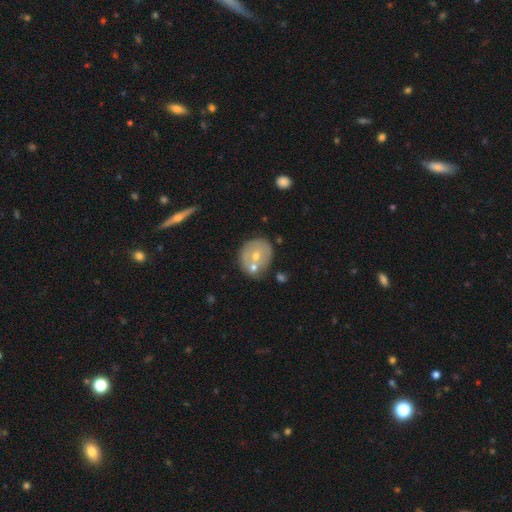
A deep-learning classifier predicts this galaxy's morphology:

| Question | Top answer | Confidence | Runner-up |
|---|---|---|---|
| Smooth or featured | smooth | 50% | featured or disk (42%) |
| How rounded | round | 77% | in between (22%) |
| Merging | none | 50% | merger (31%) |